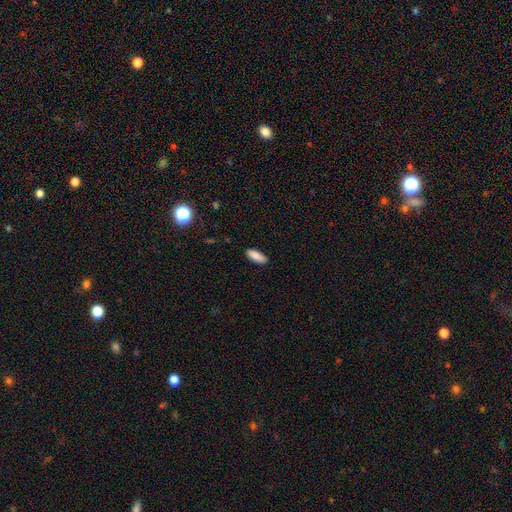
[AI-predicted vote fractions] Smooth or featured?
  - smooth: 87% *
  - star or artifact: 7%
  - featured or disk: 6%
How rounded?
  - in between: 74% *
  - cigar-shaped: 24%
  - round: 2%
Merging?
  - none: 86% *
  - minor disturbance: 11%
  - major disturbance: 2%
  - merger: 1%